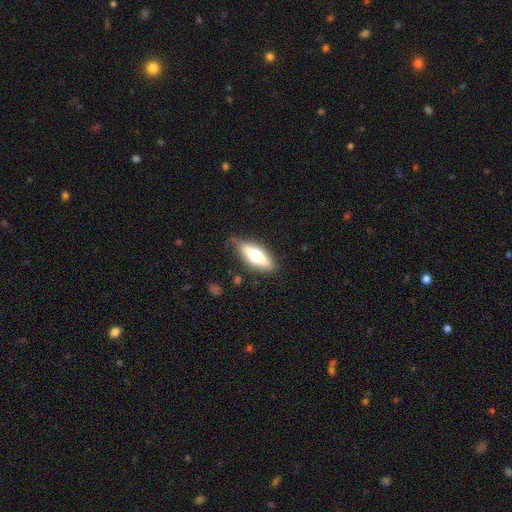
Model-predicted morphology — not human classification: Q: Smooth or featured?
A: smooth (50%); runner-up: featured or disk (44%)
Q: Merging?
A: none (75%); runner-up: minor disturbance (18%)